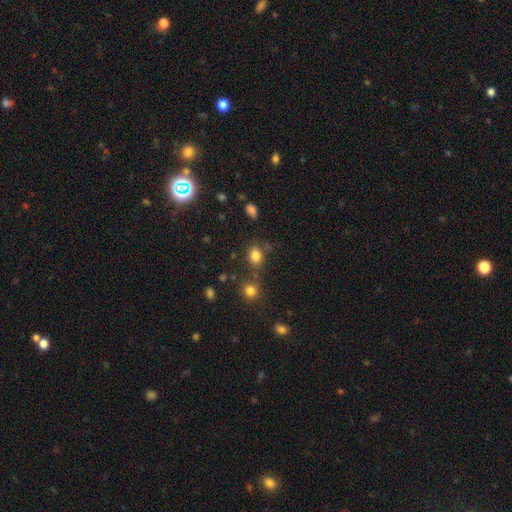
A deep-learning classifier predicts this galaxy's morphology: Q: Smooth or featured?
A: smooth (81%); runner-up: star or artifact (13%)
Q: How rounded?
A: in between (51%); runner-up: round (48%)
Q: Merging?
A: none (69%); runner-up: minor disturbance (14%)